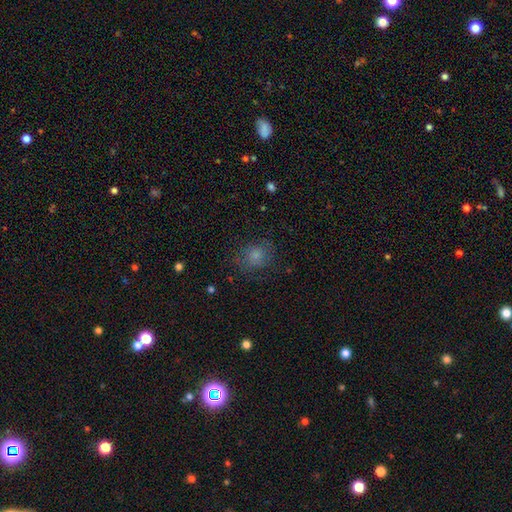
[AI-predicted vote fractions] Morphology: type=smooth (70%); roundness=round (71%); merging=none (70%).